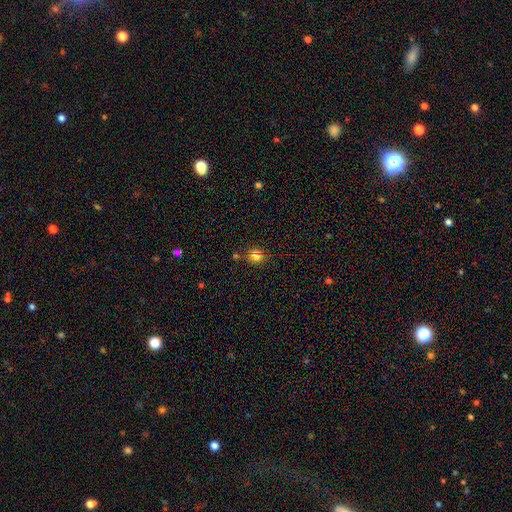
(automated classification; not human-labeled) A smooth galaxy with no disk features (78%) that is round (73%).

Vote fractions:
- Smooth or featured? smooth: 78% / star or artifact: 15% / featured or disk: 7%
- How rounded? round: 73% / in between: 26% / cigar-shaped: 1%
- Merging? none: 71% / minor disturbance: 13% / merger: 12% / major disturbance: 4%